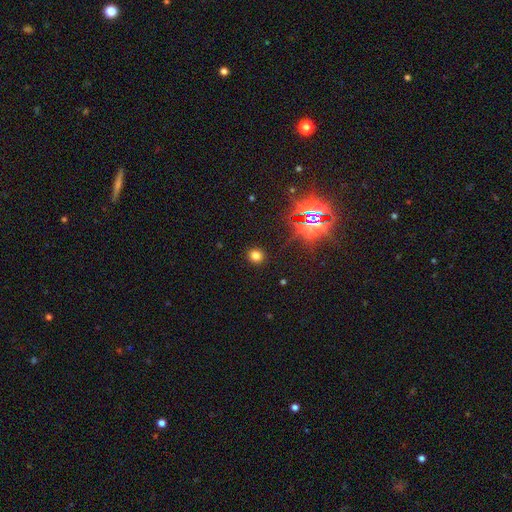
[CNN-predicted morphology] smooth-or-featured: smooth: 73% | star or artifact: 22% | featured or disk: 6%
  how-rounded: round: 85% | in between: 14% | cigar-shaped: 1%
  merging: none: 91% | minor disturbance: 6% | major disturbance: 2% | merger: 1%